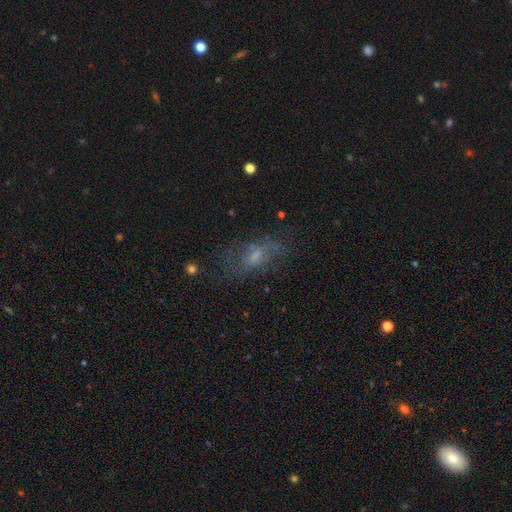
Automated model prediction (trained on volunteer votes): Smooth or featured: featured or disk — 48% (smooth — 37%)
Merging: none — 52% (major disturbance — 24%)